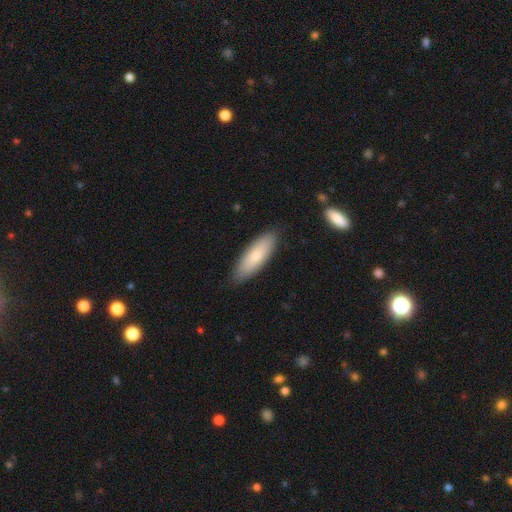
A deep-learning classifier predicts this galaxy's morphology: smooth_or_featured: smooth (p=0.79) [alt: featured or disk p=0.16]
how_rounded: in between (p=0.57) [alt: cigar-shaped p=0.42]
merging: none (p=0.84) [alt: minor disturbance p=0.12]